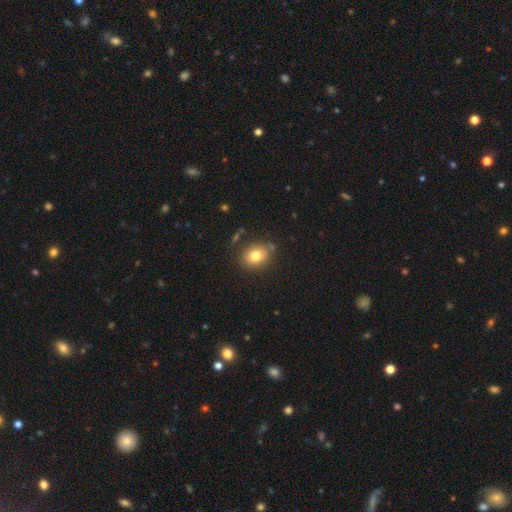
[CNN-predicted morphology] smooth_or_featured: smooth (p=0.79) [alt: star or artifact p=0.11]
how_rounded: in between (p=0.54) [alt: round p=0.45]
merging: none (p=0.81) [alt: minor disturbance p=0.12]